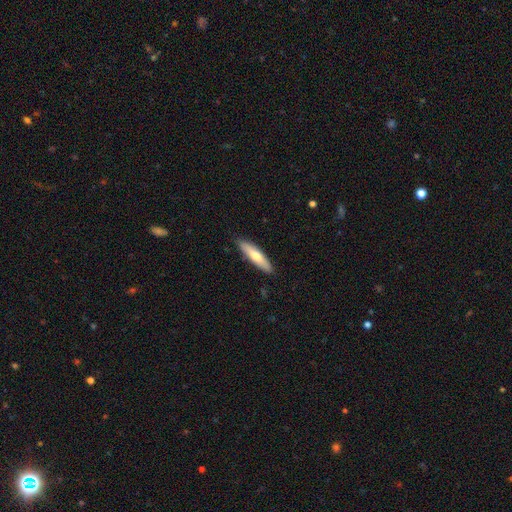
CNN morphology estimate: smooth-or-featured: smooth: 64% | featured or disk: 31% | star or artifact: 5%
  how-rounded: cigar-shaped: 74% | in between: 24% | round: 2%
  merging: none: 88% | minor disturbance: 9% | major disturbance: 2% | merger: 1%